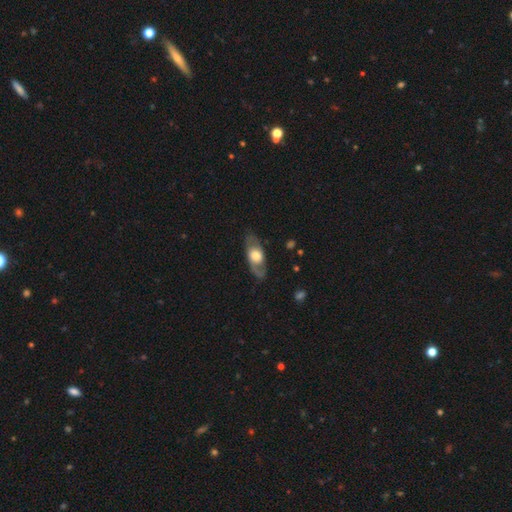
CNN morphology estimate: A featured or disk galaxy (54%). Merging: none (76%).